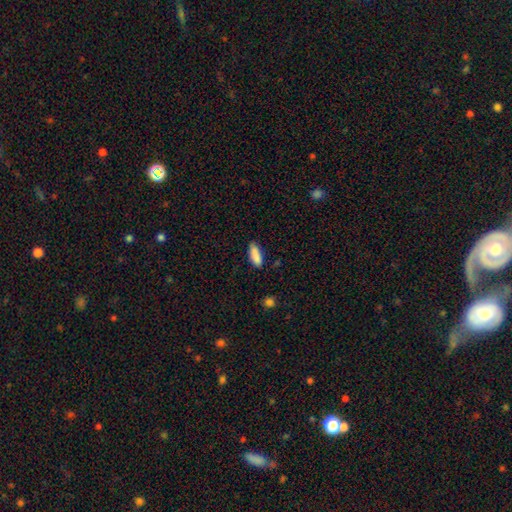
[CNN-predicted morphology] smooth-or-featured: smooth: 88% | star or artifact: 7% | featured or disk: 5%
  how-rounded: in between: 67% | cigar-shaped: 31% | round: 2%
  merging: none: 77% | minor disturbance: 18% | major disturbance: 3% | merger: 2%